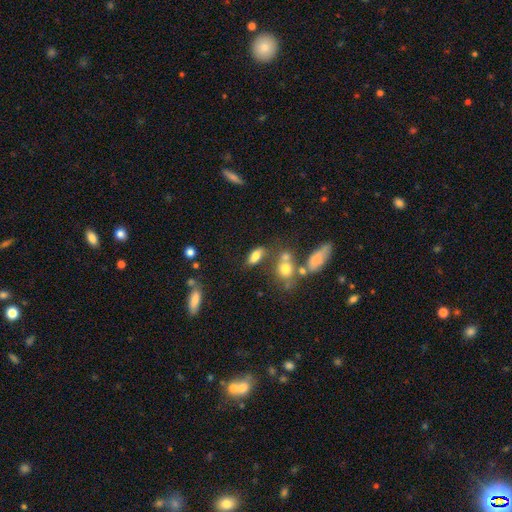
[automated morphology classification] smooth_or_featured: smooth (p=0.74) [alt: featured or disk p=0.15]
how_rounded: in between (p=0.79) [alt: cigar-shaped p=0.13]
merging: none (p=0.59) [alt: minor disturbance p=0.17]